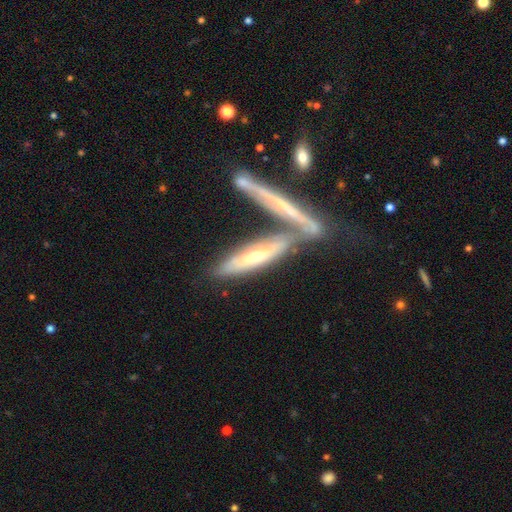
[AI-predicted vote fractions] A featured or disk galaxy (55%) viewed edge-on (78%).

Vote fractions:
- Smooth or featured? featured or disk: 55% / smooth: 38% / star or artifact: 7%
- Edge-on disk? yes: 78% / no: 22%
- Merging? none: 50% / merger: 32% / minor disturbance: 14% / major disturbance: 5%